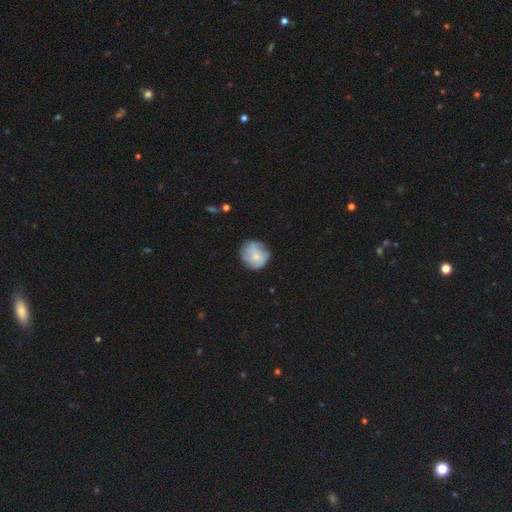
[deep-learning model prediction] Smooth or featured: smooth — 63% (featured or disk — 30%)
How rounded: round — 85% (in between — 14%)
Merging: none — 71% (minor disturbance — 21%)